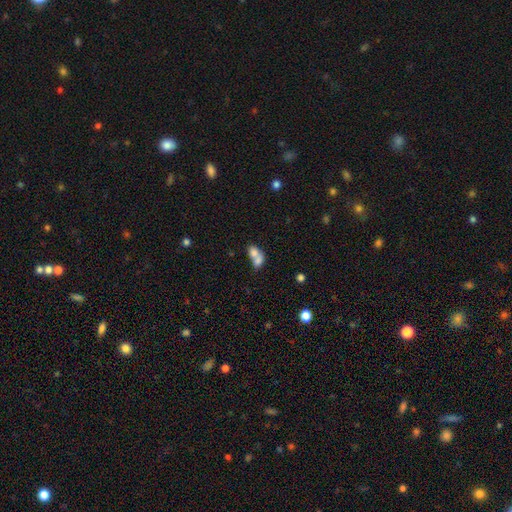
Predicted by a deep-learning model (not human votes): The model was most divided on "how rounded": in between: 72%, round: 26%, cigar-shaped: 2%. More confident: merging — merger (73%); smooth or featured — smooth (72%).